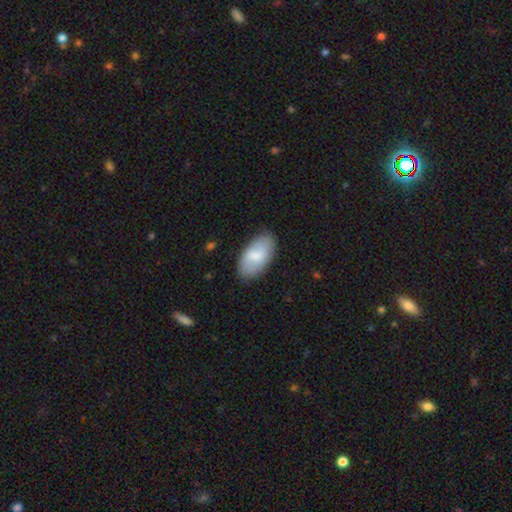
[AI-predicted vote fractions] This is likely a smooth galaxy (69%). How rounded: clearly in between (95%). Merging: clearly none (84%).